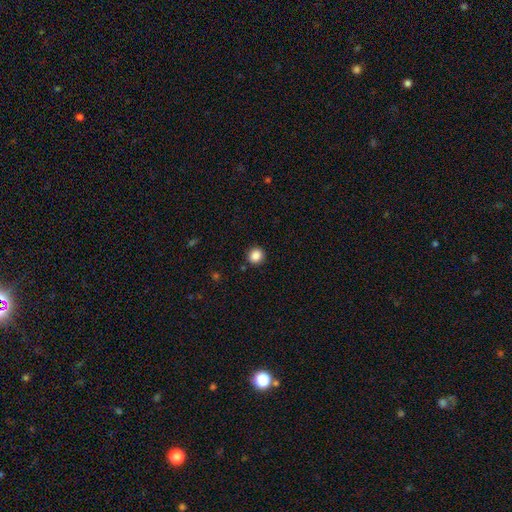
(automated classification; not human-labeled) Q: Smooth or featured?
A: smooth (86%); runner-up: star or artifact (11%)
Q: How rounded?
A: round (90%); runner-up: in between (9%)
Q: Merging?
A: none (91%); runner-up: minor disturbance (6%)